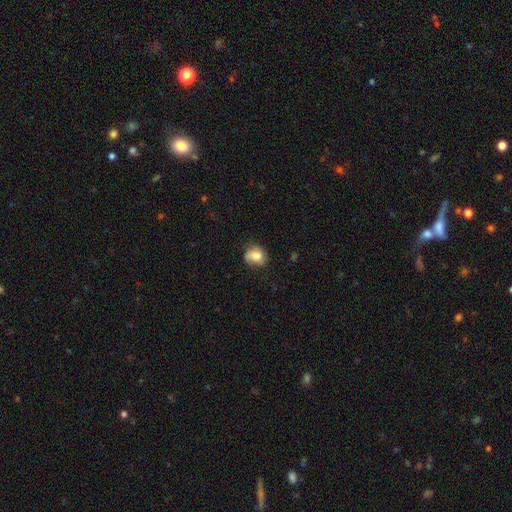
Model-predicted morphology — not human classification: Smooth or featured: smooth — 70% (featured or disk — 21%)
How rounded: round — 50% (in between — 49%)
Merging: none — 53% (minor disturbance — 31%)